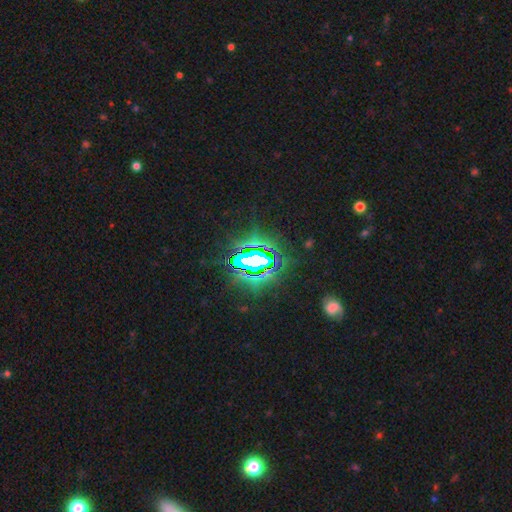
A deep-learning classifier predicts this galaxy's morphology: This appears to be a star or artifact, not a galaxy (84%).